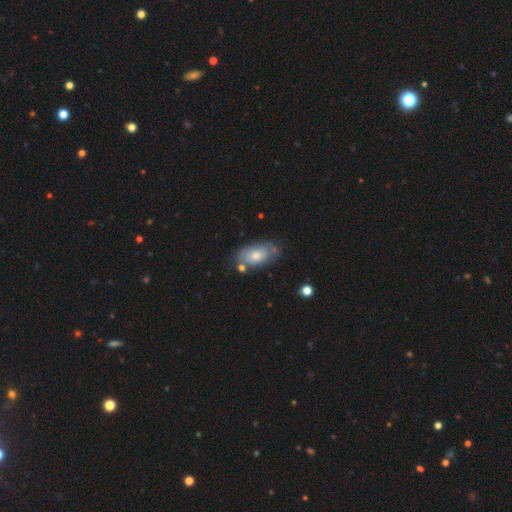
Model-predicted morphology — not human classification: Q: Smooth or featured?
A: smooth (62%); runner-up: featured or disk (30%)
Q: How rounded?
A: in between (90%); runner-up: round (6%)
Q: Merging?
A: none (66%); runner-up: minor disturbance (21%)